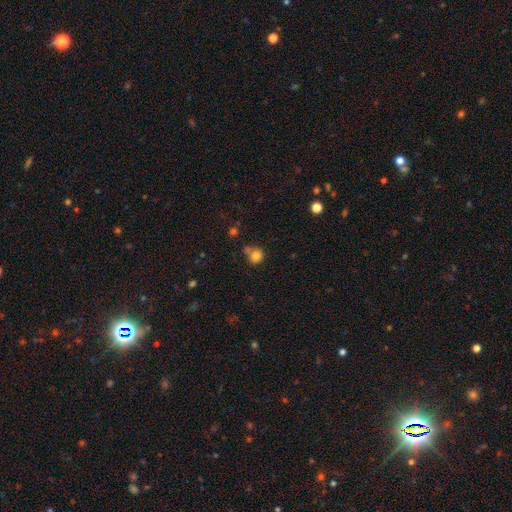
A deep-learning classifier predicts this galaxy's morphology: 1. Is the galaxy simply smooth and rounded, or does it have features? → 80% smooth, 11% star or artifact, 8% featured or disk.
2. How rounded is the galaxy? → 85% round, 15% in between, 1% cigar-shaped.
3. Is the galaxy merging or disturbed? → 57% none, 20% minor disturbance, 16% merger, 7% major disturbance.